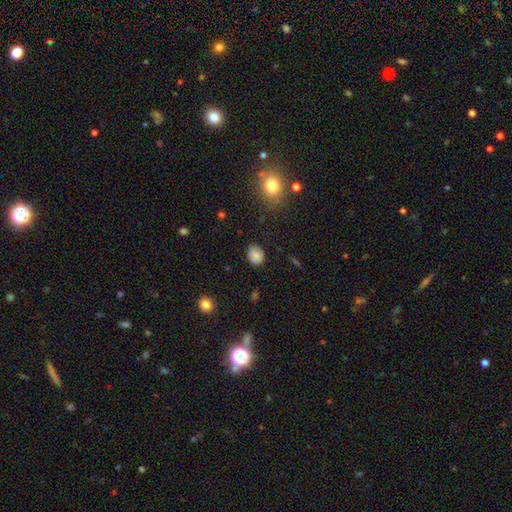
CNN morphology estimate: The model was most divided on "how rounded": round: 64%, in between: 35%, cigar-shaped: 1%. More confident: smooth or featured — smooth (83%); merging — none (79%).